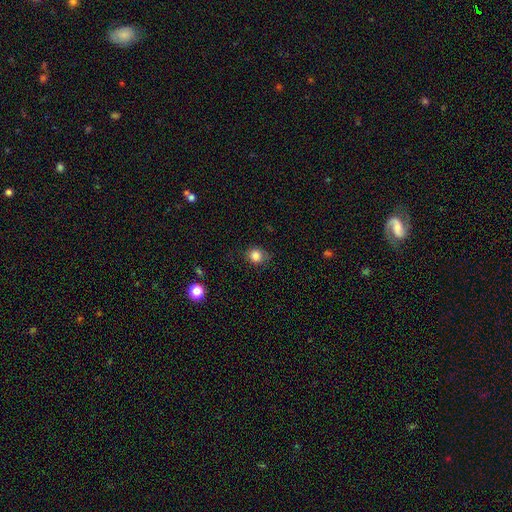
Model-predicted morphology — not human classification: Smooth or featured? Predicted: smooth (p=0.84). How rounded? Predicted: round (p=0.81). Merging? Predicted: none (p=0.78).